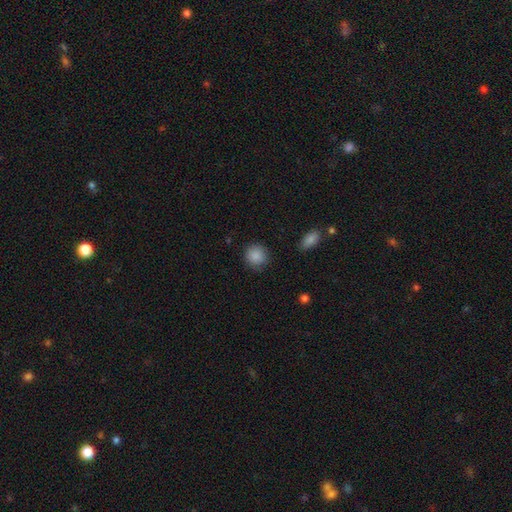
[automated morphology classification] A smooth galaxy with no disk features (88%) that is round (91%). Merging: none (84%).